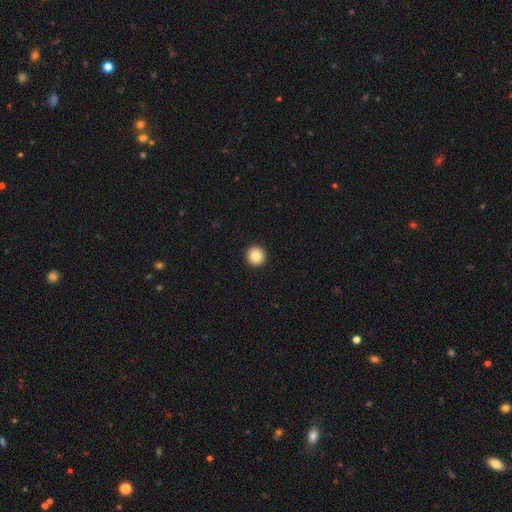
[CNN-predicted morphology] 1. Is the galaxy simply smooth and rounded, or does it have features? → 83% smooth, 10% star or artifact, 8% featured or disk.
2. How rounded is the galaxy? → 97% round, 2% in between, 1% cigar-shaped.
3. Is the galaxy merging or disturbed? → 94% none, 3% minor disturbance, 1% major disturbance, 1% merger.